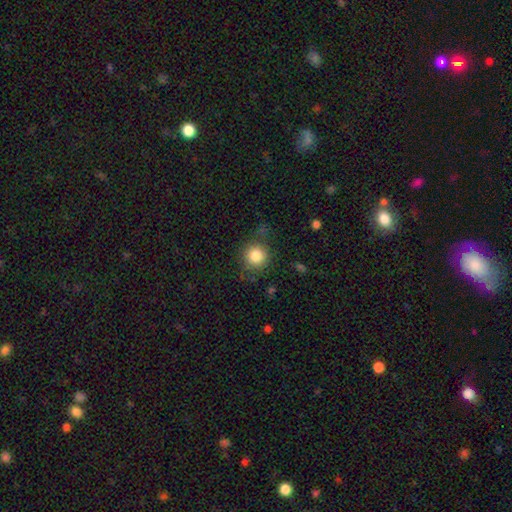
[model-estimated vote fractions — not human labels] The model was most divided on "merging": none: 76%, minor disturbance: 15%, major disturbance: 6%, merger: 2%. More confident: how rounded — round (90%); smooth or featured — smooth (84%).